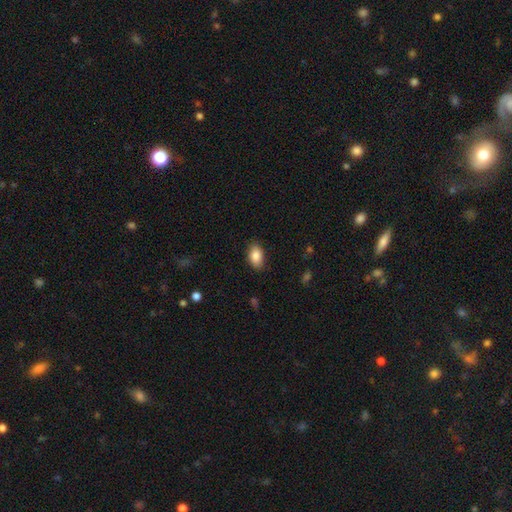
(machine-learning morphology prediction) This appears to be a smooth galaxy with no disk features (88%) that is in between round and cigar-shaped (91%). Merging: none (87%).